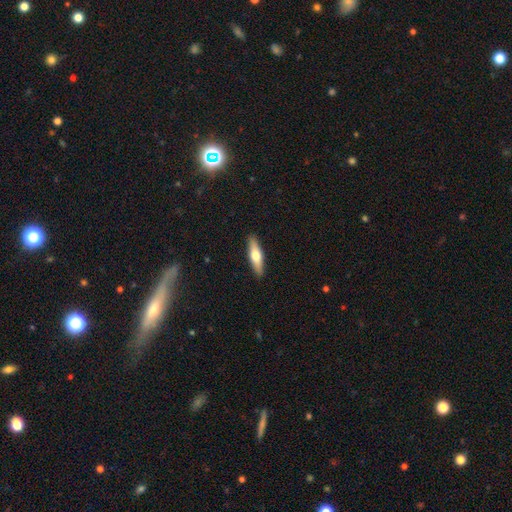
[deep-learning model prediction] Morphology: type=smooth (57%); roundness=cigar-shaped (67%); merging=none (91%).